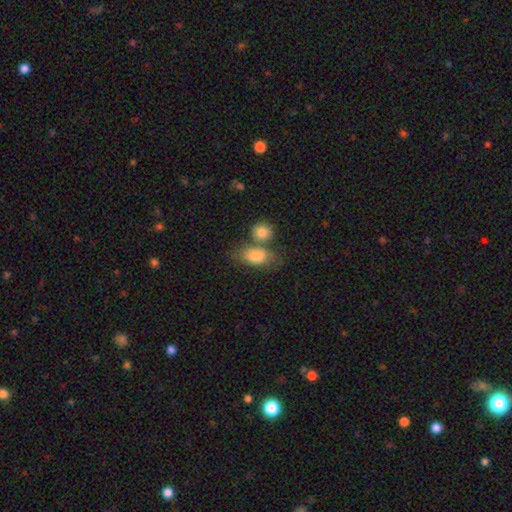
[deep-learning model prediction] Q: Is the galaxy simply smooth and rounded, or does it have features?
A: smooth — 79%.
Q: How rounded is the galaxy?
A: in between — 80%.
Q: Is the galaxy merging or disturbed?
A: merger — 39%.